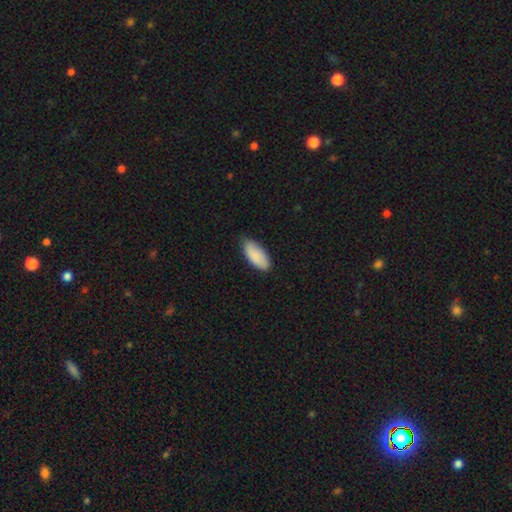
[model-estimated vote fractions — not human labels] A smooth galaxy with no disk features (89%) that is in between round and cigar-shaped (90%).

Vote fractions:
- Smooth or featured? smooth: 89% / featured or disk: 6% / star or artifact: 5%
- How rounded? in between: 90% / cigar-shaped: 9% / round: 2%
- Merging? none: 77% / minor disturbance: 20% / major disturbance: 3% / merger: 1%